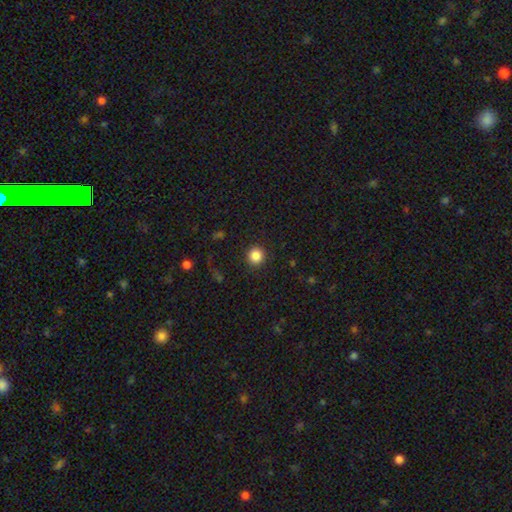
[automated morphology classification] This appears to be a smooth galaxy with no disk features (85%) that is round (94%). Merging: none (91%).